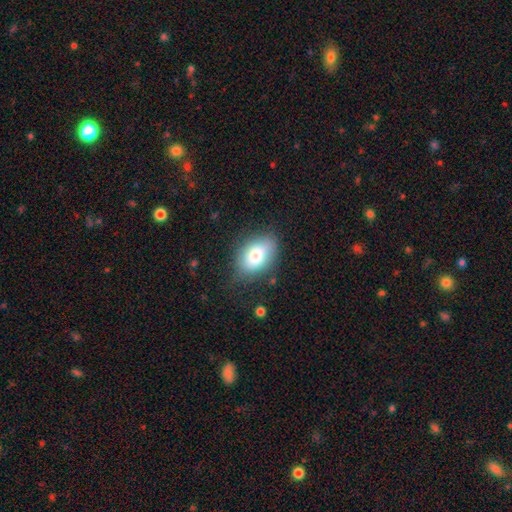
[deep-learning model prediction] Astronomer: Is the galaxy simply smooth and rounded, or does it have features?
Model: smooth — 78%.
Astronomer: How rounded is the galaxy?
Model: in between — 84%.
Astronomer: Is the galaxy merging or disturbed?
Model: none — 74%.